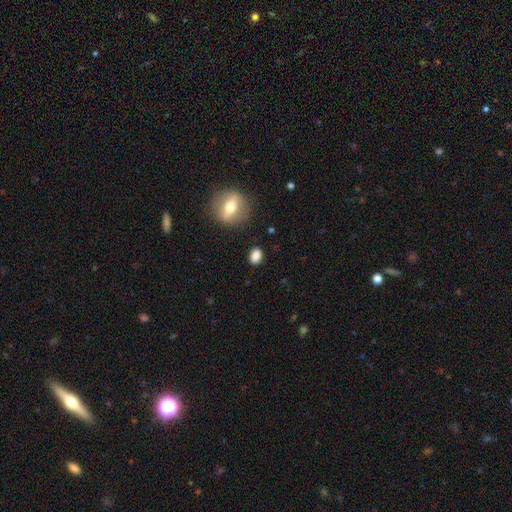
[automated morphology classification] A smooth galaxy with no disk features (82%) that is in between round and cigar-shaped (76%). Merging: none (84%).